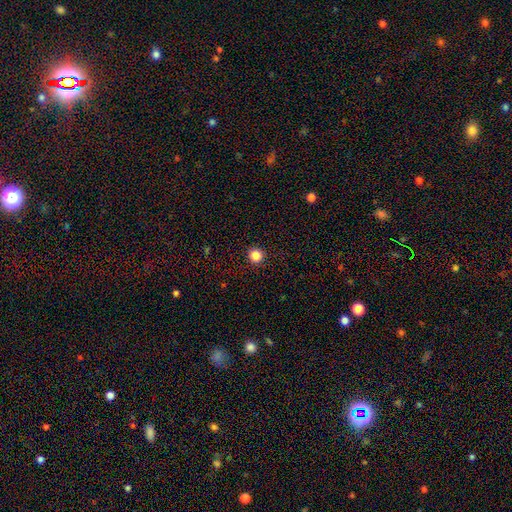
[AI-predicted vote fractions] Smooth or featured?
  - smooth: 86% *
  - star or artifact: 11%
  - featured or disk: 3%
How rounded?
  - round: 95% *
  - in between: 4%
  - cigar-shaped: 1%
Merging?
  - none: 93% *
  - minor disturbance: 4%
  - major disturbance: 2%
  - merger: 1%